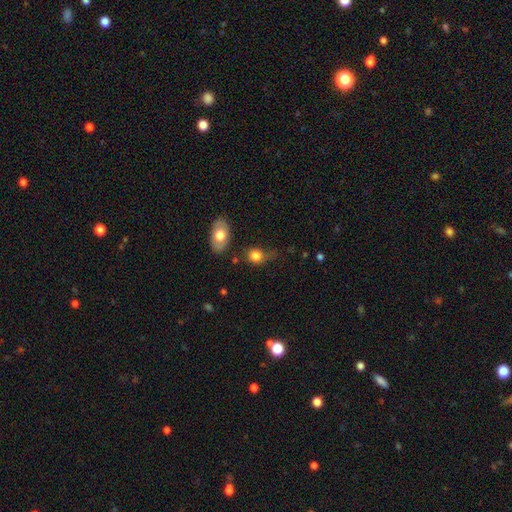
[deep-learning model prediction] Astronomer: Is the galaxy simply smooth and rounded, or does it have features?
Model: smooth — 80%.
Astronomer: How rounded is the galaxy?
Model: round — 56% (runner-up: in between, 42%).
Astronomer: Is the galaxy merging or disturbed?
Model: none — 47% (runner-up: minor disturbance, 29%).